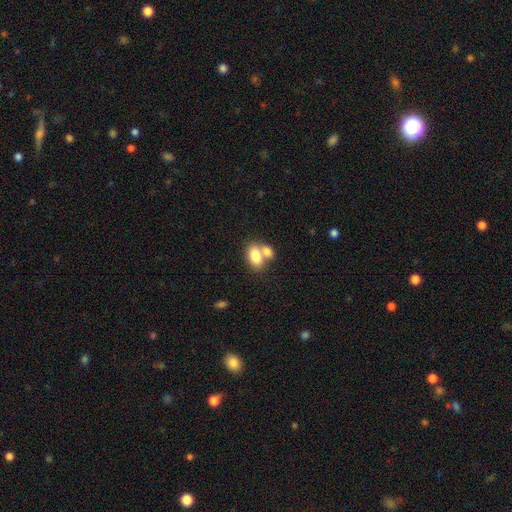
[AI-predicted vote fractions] The model was most divided on "merging": merger: 54%, none: 34%, minor disturbance: 8%, major disturbance: 4%. More confident: how rounded — in between (87%); smooth or featured — smooth (81%).